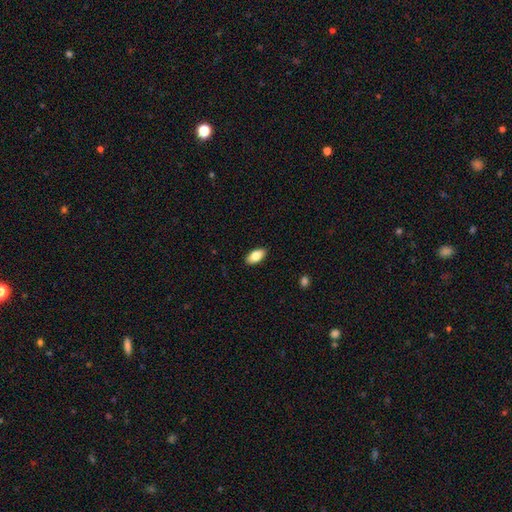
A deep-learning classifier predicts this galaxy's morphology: smooth 81%, featured or disk 12%, star or artifact 7%. Down the decision tree: how rounded — in between (92%); merging — none (90%).